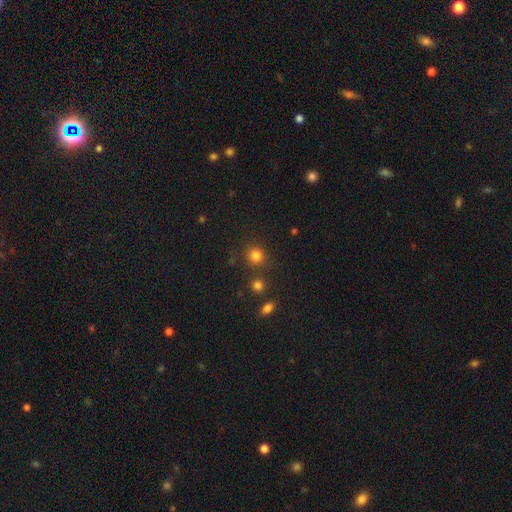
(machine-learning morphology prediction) smooth_or_featured: smooth (p=0.81) [alt: star or artifact p=0.14]
how_rounded: round (p=0.88) [alt: in between p=0.11]
merging: none (p=0.81) [alt: minor disturbance p=0.08]